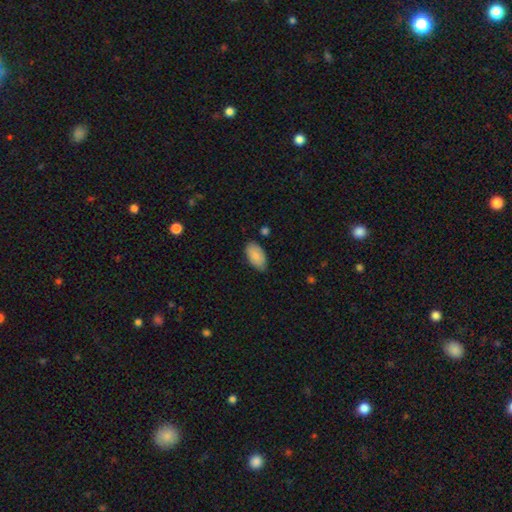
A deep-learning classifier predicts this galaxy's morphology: A smooth galaxy with no disk features (86%) that is in between round and cigar-shaped (95%). Merging: none (77%).